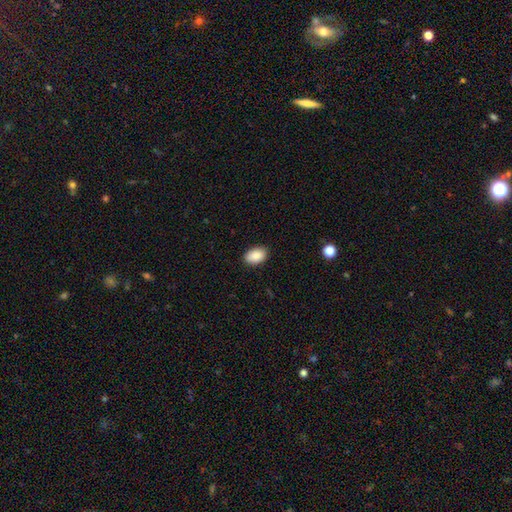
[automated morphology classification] Smooth or featured? smooth (89%)
How rounded? in between (88%)
Merging? none (87%)